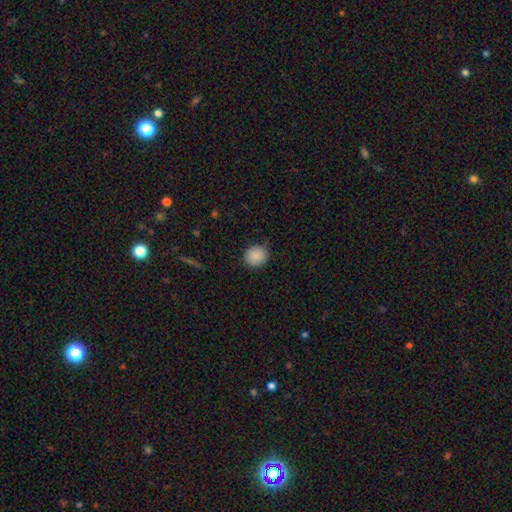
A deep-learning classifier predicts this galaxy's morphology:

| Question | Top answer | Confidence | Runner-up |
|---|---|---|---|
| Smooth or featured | smooth | 88% | star or artifact (8%) |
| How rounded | round | 82% | in between (17%) |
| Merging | none | 81% | minor disturbance (15%) |